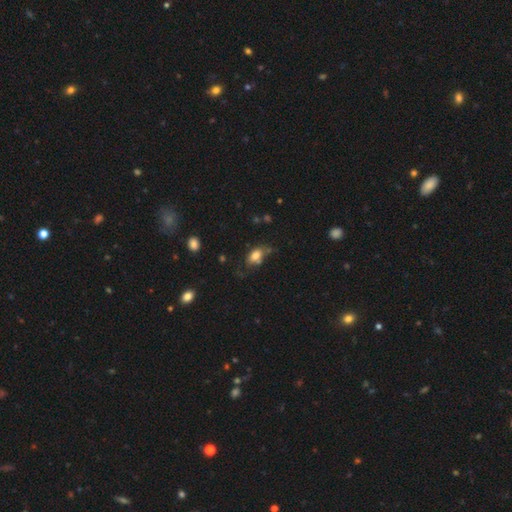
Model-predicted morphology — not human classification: Smooth or featured? Predicted: smooth (p=0.77). How rounded? Predicted: in between (p=0.84). Merging? Predicted: none (p=0.51).